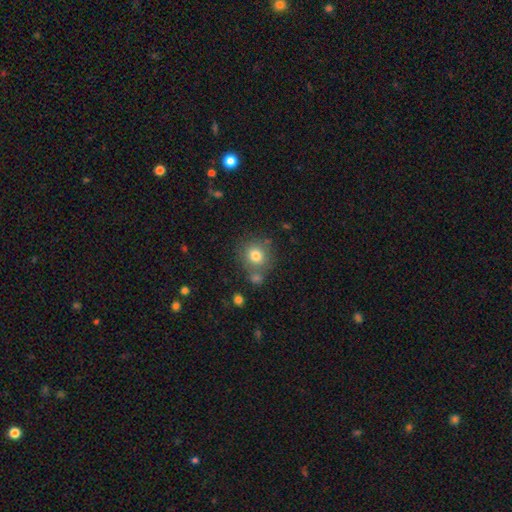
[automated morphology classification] Q: Smooth or featured?
A: smooth (78%); runner-up: star or artifact (11%)
Q: How rounded?
A: round (84%); runner-up: in between (15%)
Q: Merging?
A: none (68%); runner-up: merger (15%)